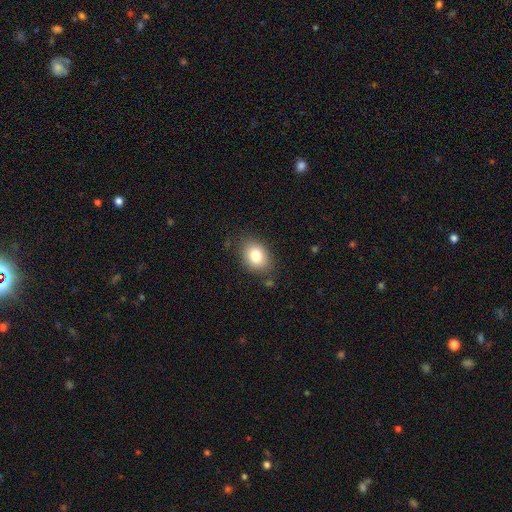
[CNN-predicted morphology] This appears to be a smooth galaxy with no disk features (81%) that is in between round and cigar-shaped (66%). Merging: none (81%).